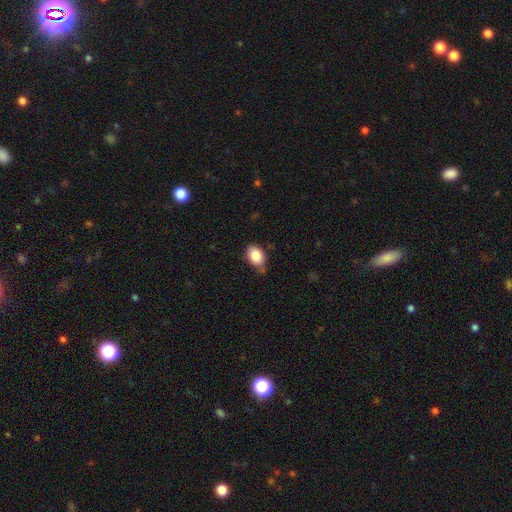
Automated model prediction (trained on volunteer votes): smooth-or-featured: smooth: 86% | star or artifact: 8% | featured or disk: 7%
  how-rounded: in between: 79% | round: 19% | cigar-shaped: 1%
  merging: none: 69% | minor disturbance: 24% | major disturbance: 4% | merger: 3%